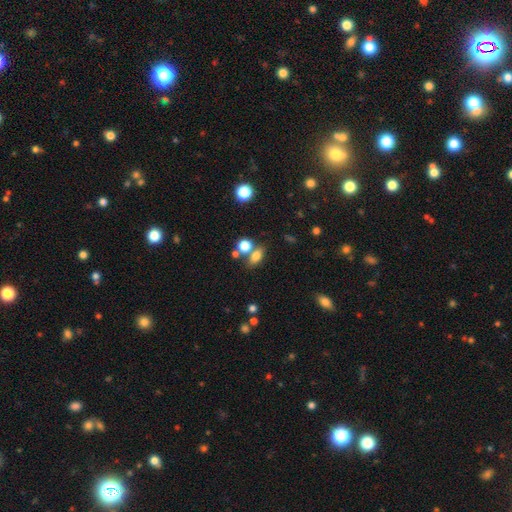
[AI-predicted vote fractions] This is likely a smooth galaxy (76%). How rounded: likely in between (73%). Merging: possibly none (59%).